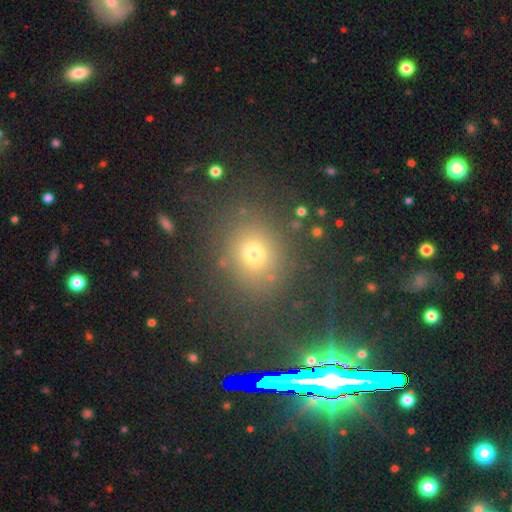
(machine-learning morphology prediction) A smooth galaxy with no disk features (64%) that is round (71%).

Vote fractions:
- Smooth or featured? smooth: 64% / star or artifact: 26% / featured or disk: 10%
- How rounded? round: 71% / in between: 28% / cigar-shaped: 1%
- Merging? none: 82% / minor disturbance: 9% / major disturbance: 5% / merger: 3%